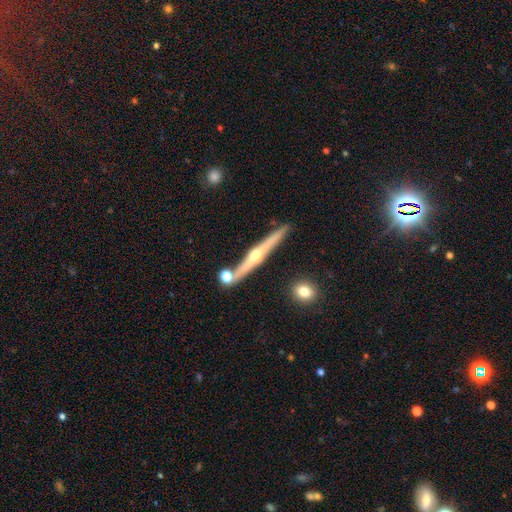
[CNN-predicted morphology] smooth-or-featured: featured or disk: 79% | smooth: 14% | star or artifact: 6%
  disk-edge-on: yes: 98% | no: 2%
    edge-on-bulge: rounded: 91% | none: 6% | boxy: 3%
  merging: none: 83% | minor disturbance: 9% | merger: 7% | major disturbance: 2%